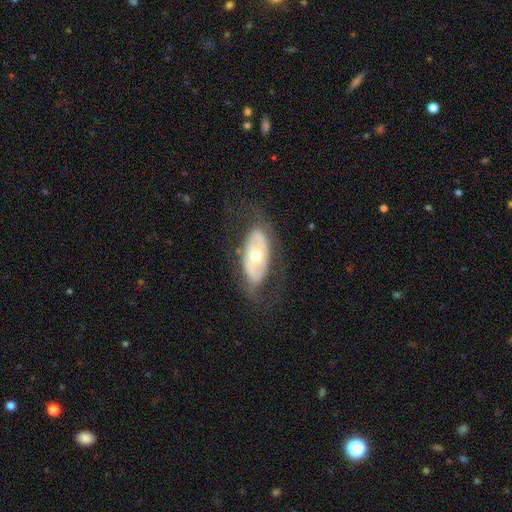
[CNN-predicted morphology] Smooth or featured: featured or disk — 63% (smooth — 32%)
Edge-on disk: no — 87% (yes — 13%)
Bar: no — 77% (weak — 14%)
Spiral arms: no — 71% (yes — 29%)
Bulge size: moderate — 68% (small — 23%)
Merging: none — 72% (minor disturbance — 16%)